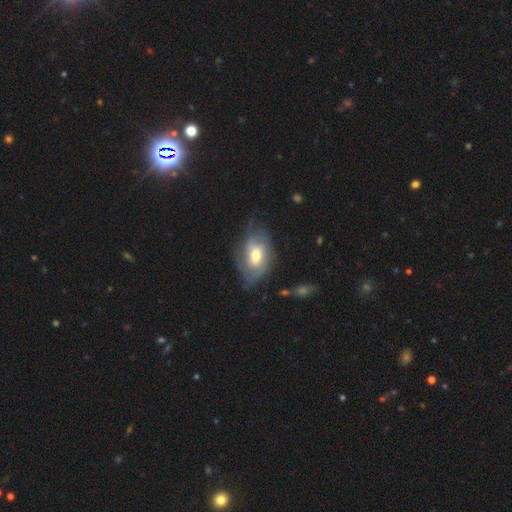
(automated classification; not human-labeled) Morphology: type=smooth (48%); merging=none (52%).